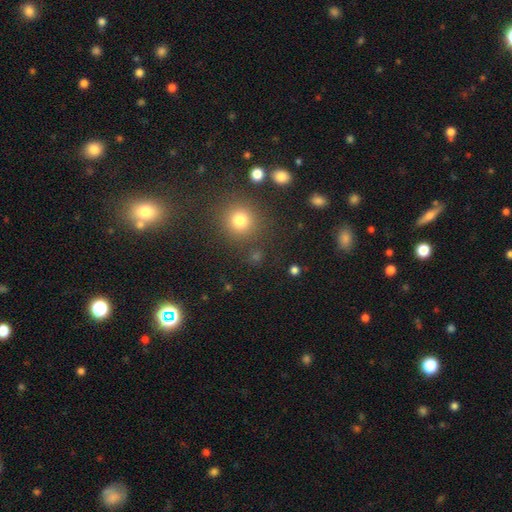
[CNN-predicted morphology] smooth_or_featured: smooth (p=0.64) [alt: star or artifact p=0.29]
how_rounded: round (p=0.91) [alt: in between p=0.08]
merging: none (p=0.86) [alt: minor disturbance p=0.07]